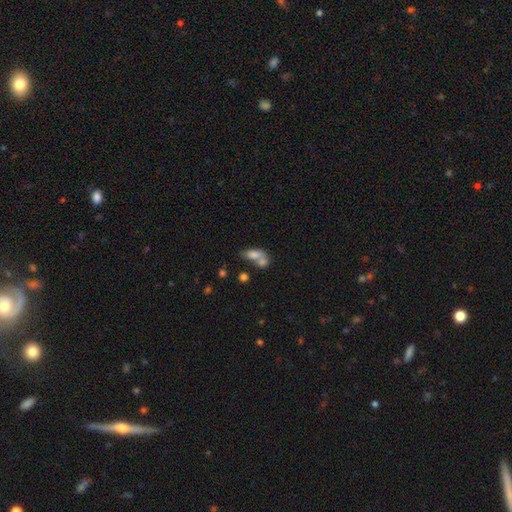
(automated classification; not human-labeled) Morphology: type=smooth (72%); roundness=in between (82%); merging=merger (60%).